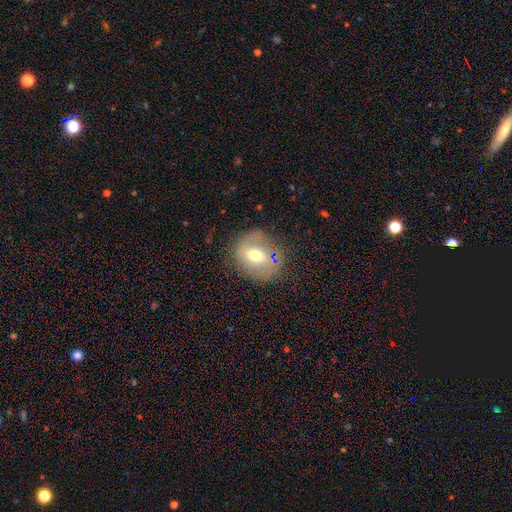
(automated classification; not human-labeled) This is possibly a smooth galaxy (52%). How rounded: likely round (68%). Merging: likely none (72%).